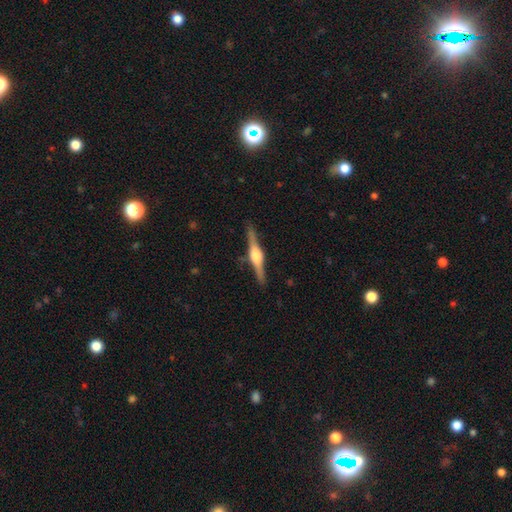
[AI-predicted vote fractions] featured or disk 81%, smooth 14%, star or artifact 5%. Down the decision tree: edge-on disk — yes (98%); edge-on bulge — rounded (91%); merging — none (89%).